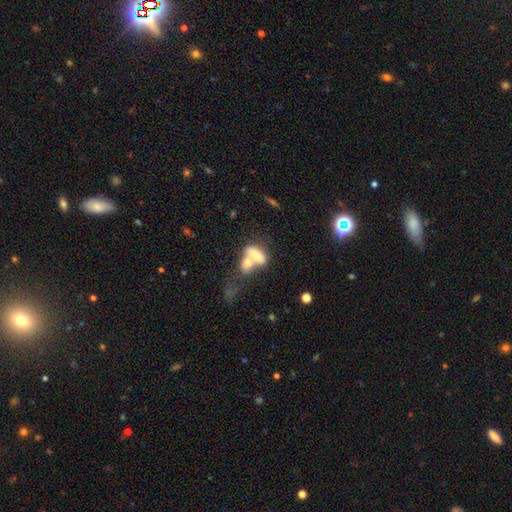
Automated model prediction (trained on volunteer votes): Morphology: type=smooth (63%); roundness=in between (78%); merging=merger (69%).